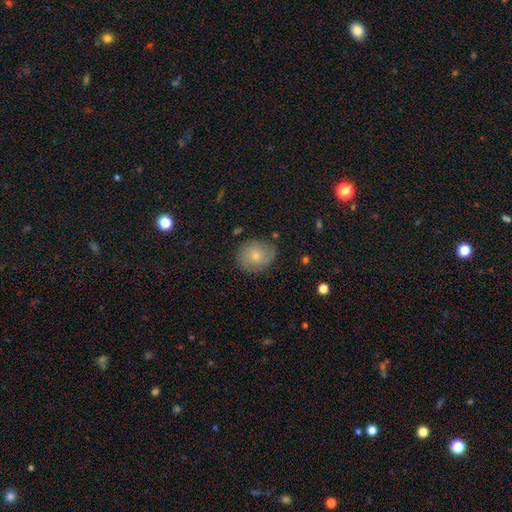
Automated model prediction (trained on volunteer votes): Smooth or featured: smooth — 62% (featured or disk — 29%)
How rounded: round — 69% (in between — 30%)
Merging: none — 78% (minor disturbance — 16%)